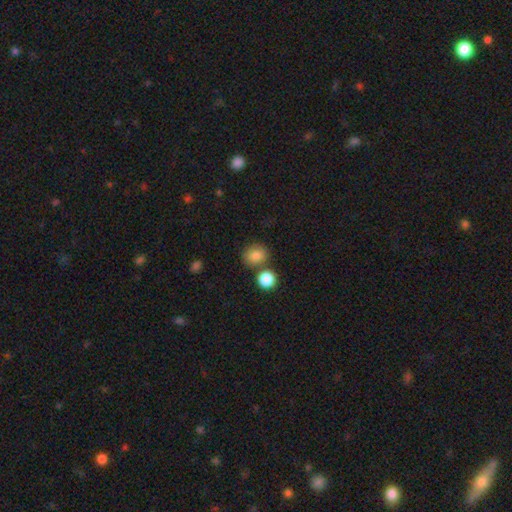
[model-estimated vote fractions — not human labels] A smooth galaxy with no disk features (84%) that is round (66%). Merging: none (68%).